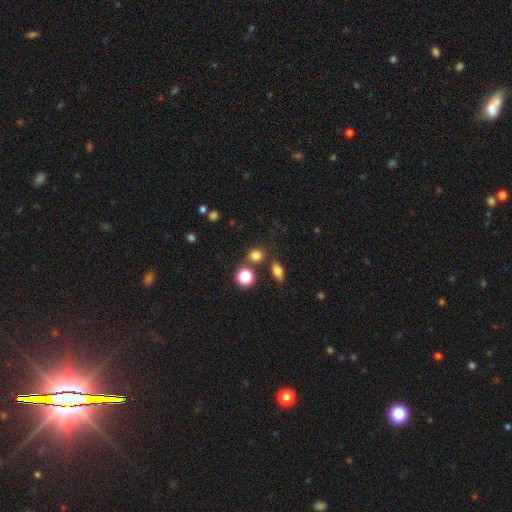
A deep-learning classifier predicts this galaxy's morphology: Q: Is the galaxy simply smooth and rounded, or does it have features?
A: smooth — 78%.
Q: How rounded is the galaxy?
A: round — 71%.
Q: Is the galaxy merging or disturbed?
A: none — 75%.